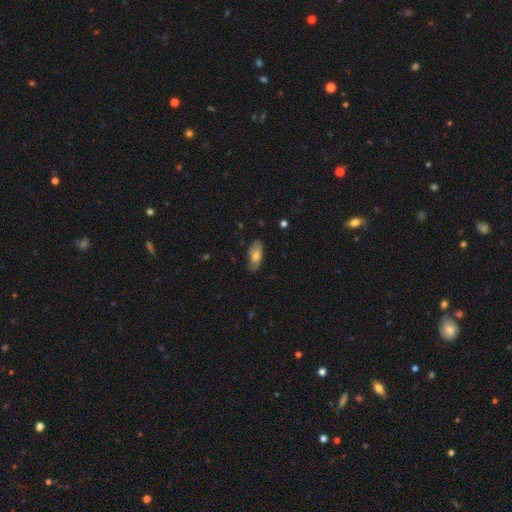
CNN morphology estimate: The model was most divided on "smooth or featured": smooth: 70%, featured or disk: 23%, star or artifact: 7%. More confident: how rounded — in between (85%); merging — none (81%).